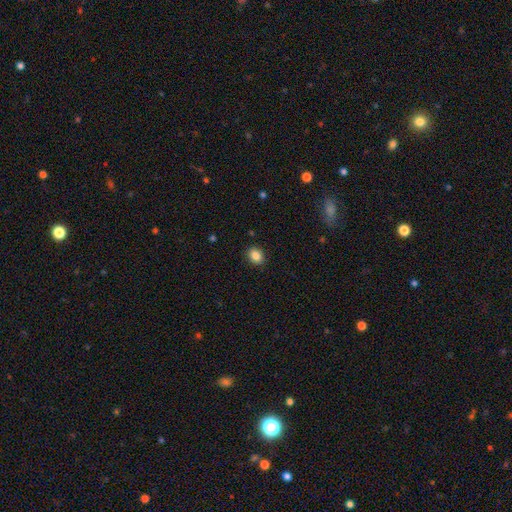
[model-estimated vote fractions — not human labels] This is clearly a smooth galaxy (86%). How rounded: possibly in between (54%). Merging: clearly none (89%).